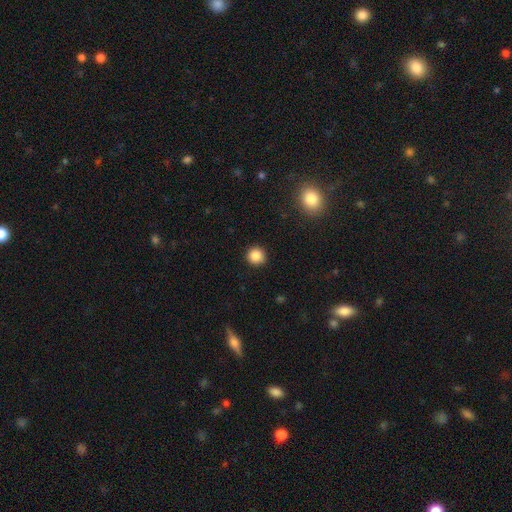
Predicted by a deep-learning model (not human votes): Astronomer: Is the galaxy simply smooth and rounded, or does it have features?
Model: smooth — 86%.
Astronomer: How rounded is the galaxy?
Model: round — 93%.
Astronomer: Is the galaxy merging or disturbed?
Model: none — 91%.